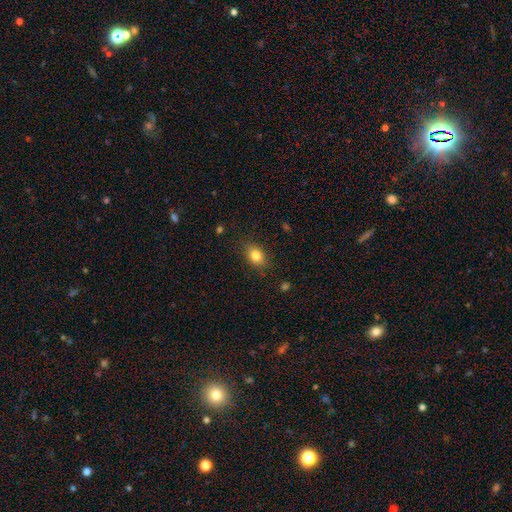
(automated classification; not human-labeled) Smooth or featured? smooth (82%)
How rounded? in between (71%)
Merging? none (83%)